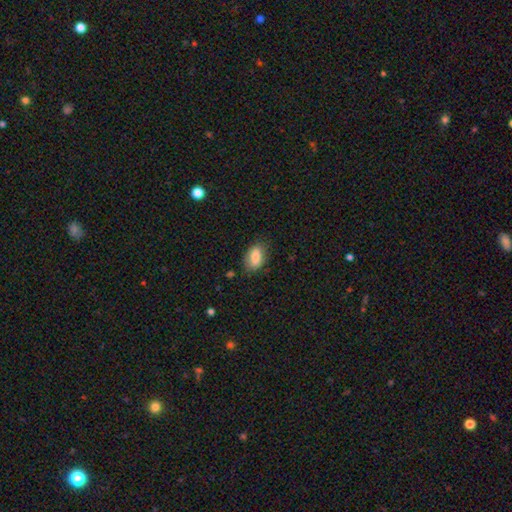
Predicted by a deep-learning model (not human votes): The model was most divided on "merging": none: 76%, minor disturbance: 19%, major disturbance: 4%, merger: 2%. More confident: how rounded — in between (90%); smooth or featured — smooth (84%).